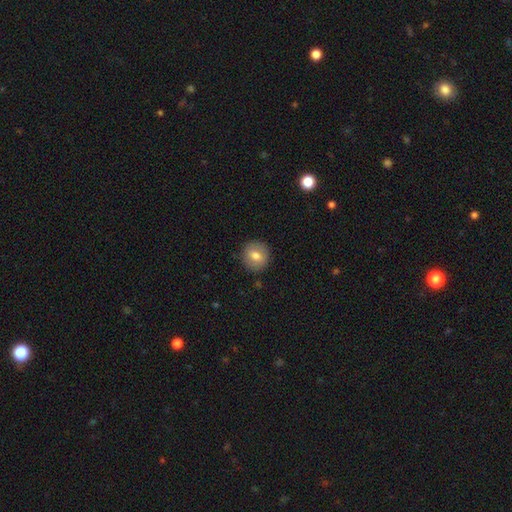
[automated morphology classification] A smooth galaxy with no disk features (74%) that is round (88%).

Vote fractions:
- Smooth or featured? smooth: 74% / featured or disk: 18% / star or artifact: 9%
- How rounded? round: 88% / in between: 11% / cigar-shaped: 1%
- Merging? none: 89% / minor disturbance: 8% / major disturbance: 2% / merger: 1%